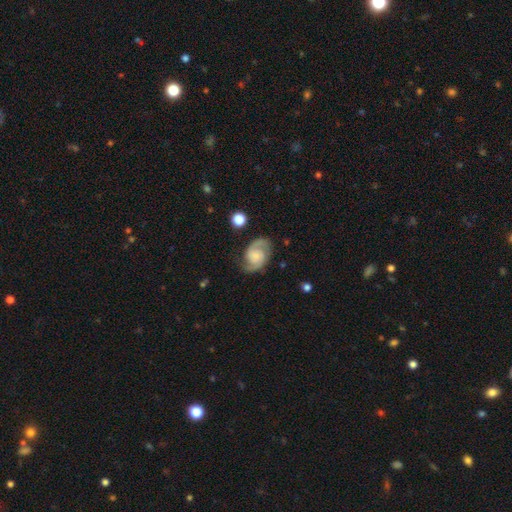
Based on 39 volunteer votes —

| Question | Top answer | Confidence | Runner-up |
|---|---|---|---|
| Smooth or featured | featured or disk | 82% | star or artifact (10%) |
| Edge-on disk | no | 94% | yes (6%) |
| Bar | no | 73% | weak (27%) |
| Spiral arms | yes | 97% | no (3%) |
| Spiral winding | medium | 66% | loose (24%) |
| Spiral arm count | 2 | 100% | — |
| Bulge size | small | 53% | none (20%) |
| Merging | none | 83% | minor disturbance (11%) |